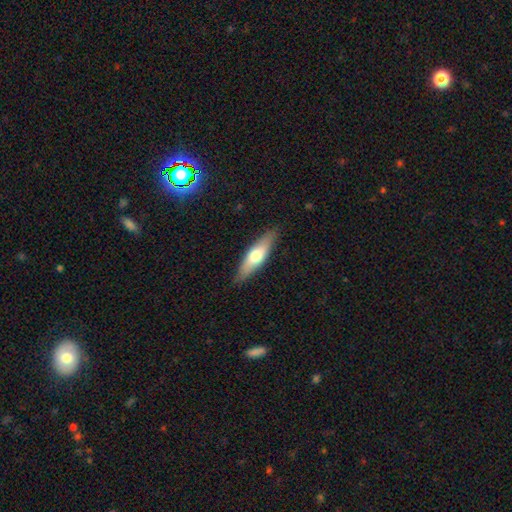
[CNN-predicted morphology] smooth_or_featured: smooth (p=0.57) [alt: featured or disk p=0.37]
how_rounded: cigar-shaped (p=0.63) [alt: in between p=0.36]
merging: none (p=0.87) [alt: minor disturbance p=0.10]